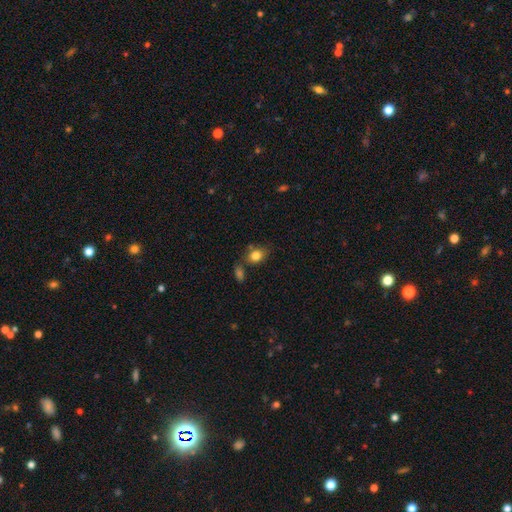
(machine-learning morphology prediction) This is clearly a smooth galaxy (82%). How rounded: likely in between (62%). Merging: likely none (63%).